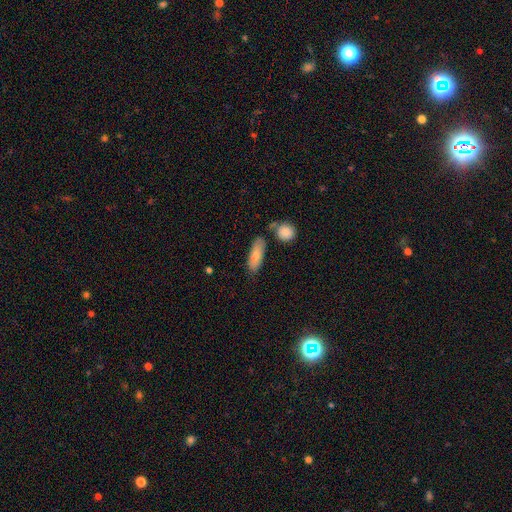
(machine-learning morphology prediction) smooth_or_featured: smooth (p=0.83) [alt: featured or disk p=0.11]
how_rounded: in between (p=0.66) [alt: cigar-shaped p=0.32]
merging: none (p=0.70) [alt: minor disturbance p=0.16]